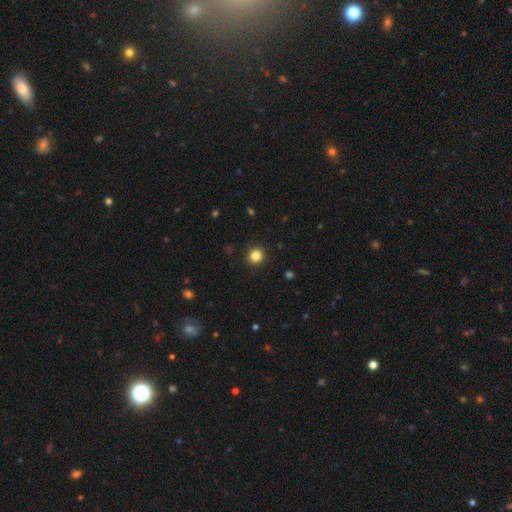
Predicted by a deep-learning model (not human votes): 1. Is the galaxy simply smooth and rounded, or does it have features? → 84% smooth, 12% star or artifact, 4% featured or disk.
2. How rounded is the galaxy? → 93% round, 6% in between, 1% cigar-shaped.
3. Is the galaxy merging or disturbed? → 92% none, 5% minor disturbance, 2% major disturbance, 1% merger.